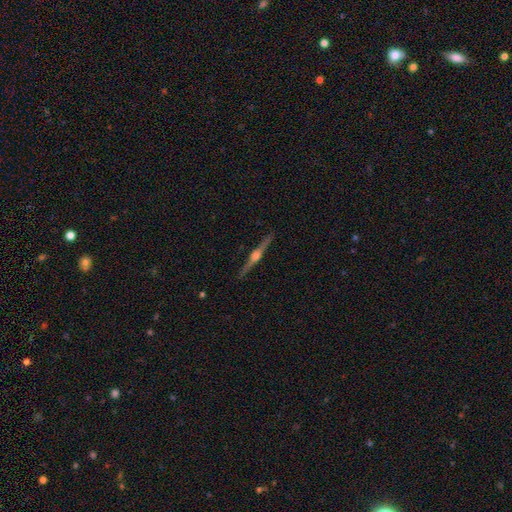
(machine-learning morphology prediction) A featured or disk galaxy (85%) viewed edge-on (99%) with a rounded central bulge (93%). Merging: none (91%).